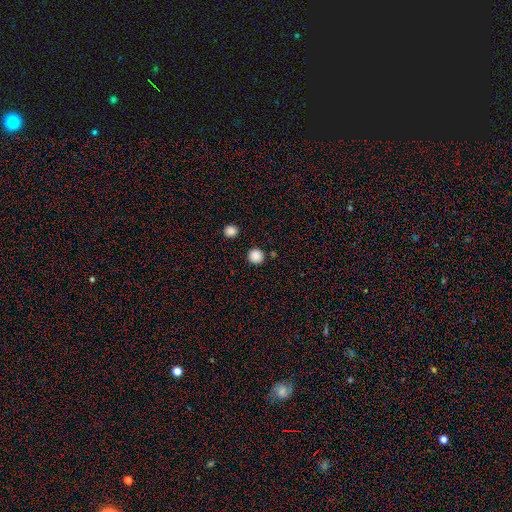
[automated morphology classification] A smooth galaxy with no disk features (87%) that is round (95%). Merging: none (89%).